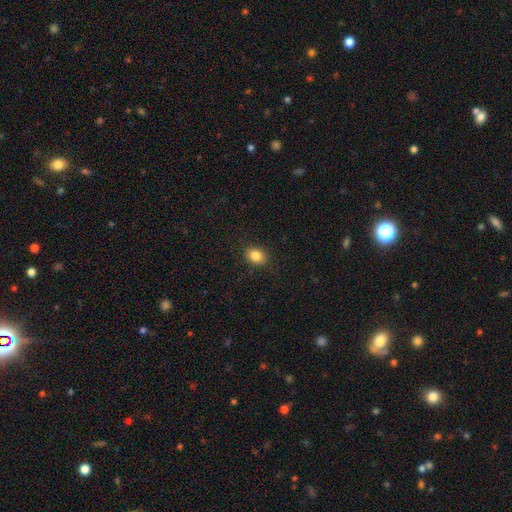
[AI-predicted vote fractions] Overall: smooth (85%). How rounded: in between (51%; round 48%). Merging: none (87%).